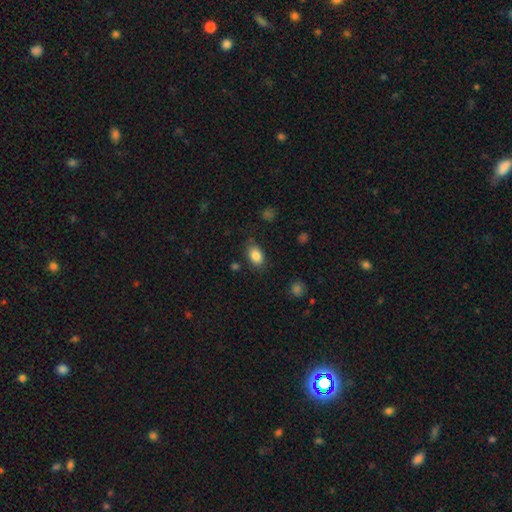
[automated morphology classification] smooth_or_featured: smooth (p=0.85) [alt: star or artifact p=0.08]
how_rounded: in between (p=0.84) [alt: round p=0.14]
merging: none (p=0.77) [alt: minor disturbance p=0.17]